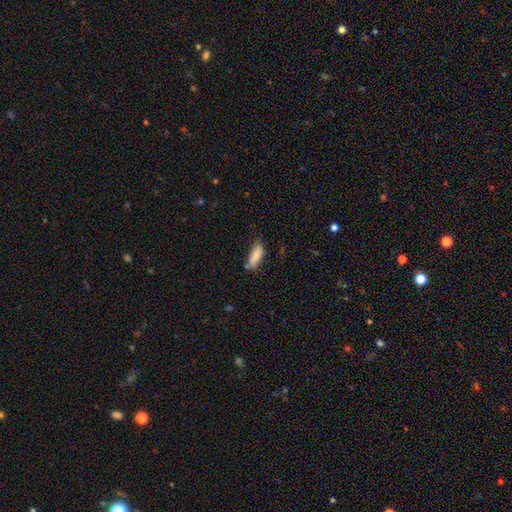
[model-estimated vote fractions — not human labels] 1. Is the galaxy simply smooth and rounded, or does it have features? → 84% smooth, 8% featured or disk, 7% star or artifact.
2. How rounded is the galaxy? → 64% in between, 35% cigar-shaped, 2% round.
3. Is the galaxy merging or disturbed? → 63% none, 25% minor disturbance, 7% merger, 5% major disturbance.